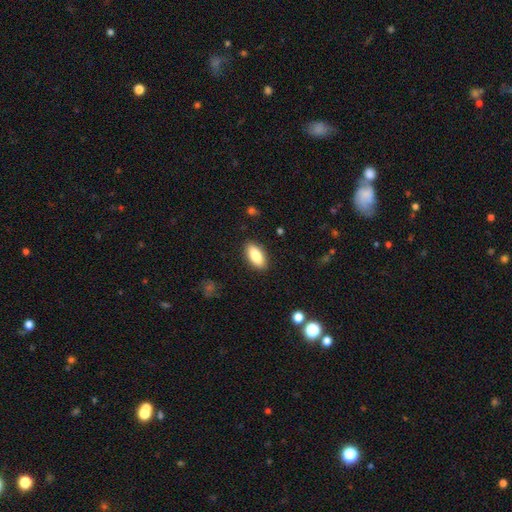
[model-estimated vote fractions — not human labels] smooth_or_featured: smooth (p=0.86) [alt: featured or disk p=0.08]
how_rounded: in between (p=0.86) [alt: cigar-shaped p=0.12]
merging: none (p=0.88) [alt: minor disturbance p=0.08]